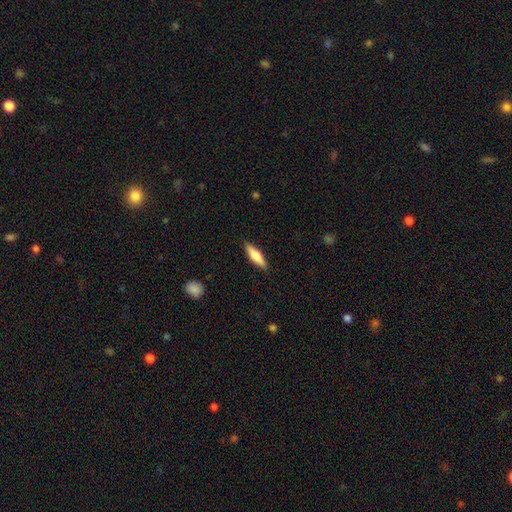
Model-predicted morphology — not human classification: This is likely a smooth galaxy (62%). How rounded: likely cigar-shaped (64%). Merging: clearly none (89%).